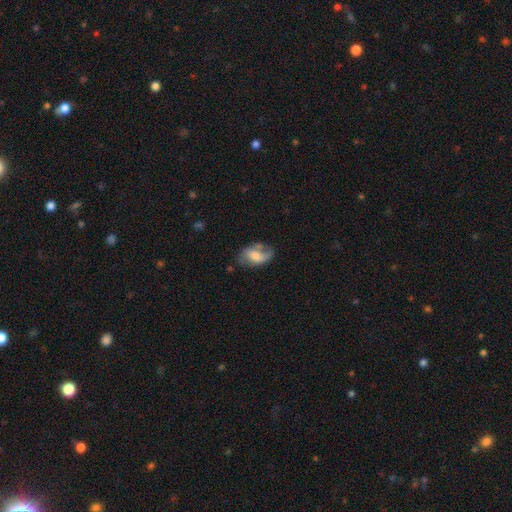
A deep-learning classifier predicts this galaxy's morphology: This appears to be a smooth galaxy with no disk features (47%). Merging: none (49%).